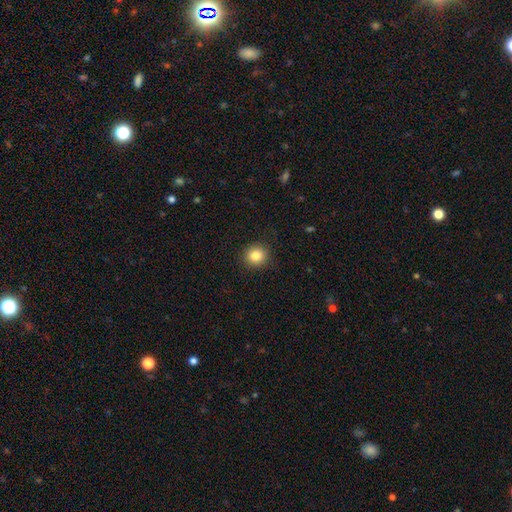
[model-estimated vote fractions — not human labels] Morphology: type=smooth (85%); roundness=round (88%); merging=none (91%).